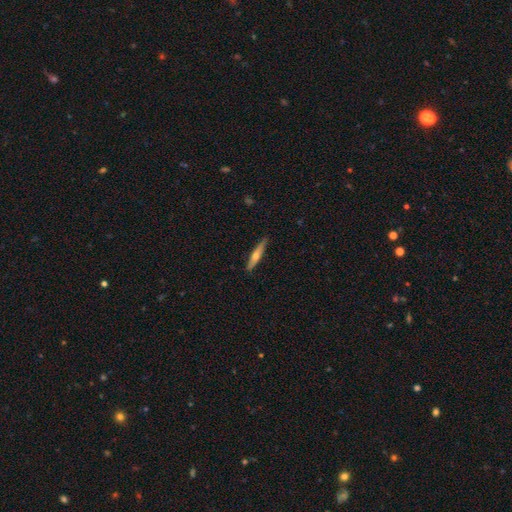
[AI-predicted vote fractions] Q: Smooth or featured?
A: featured or disk (48%); runner-up: smooth (46%)
Q: Merging?
A: none (89%); runner-up: minor disturbance (9%)